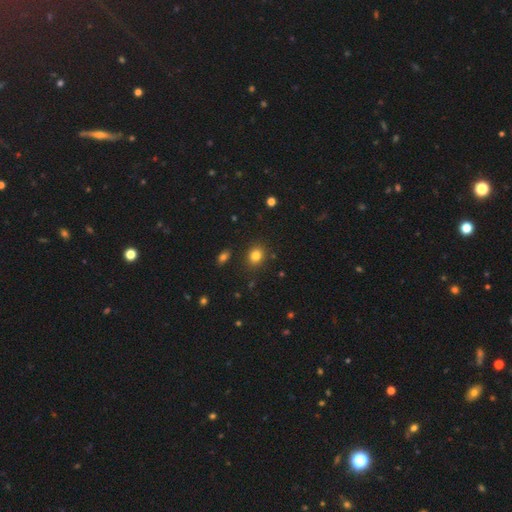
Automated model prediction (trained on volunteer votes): Smooth or featured? smooth (81%)
How rounded? round (61%)
Merging? none (86%)